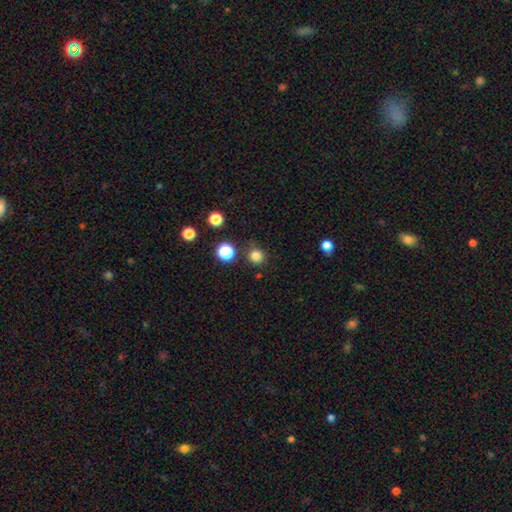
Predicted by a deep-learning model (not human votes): smooth-or-featured: smooth: 82% | star or artifact: 14% | featured or disk: 4%
  how-rounded: round: 93% | in between: 6% | cigar-shaped: 1%
  merging: none: 85% | minor disturbance: 9% | merger: 4% | major disturbance: 3%